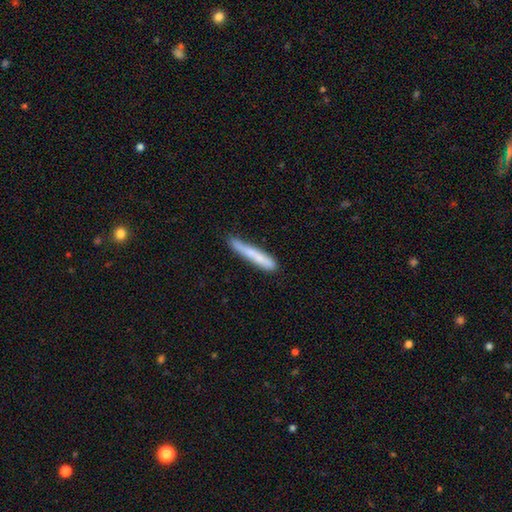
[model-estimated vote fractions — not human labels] Smooth or featured: smooth — 70% (featured or disk — 24%)
How rounded: cigar-shaped — 95% (in between — 4%)
Merging: none — 74% (minor disturbance — 20%)